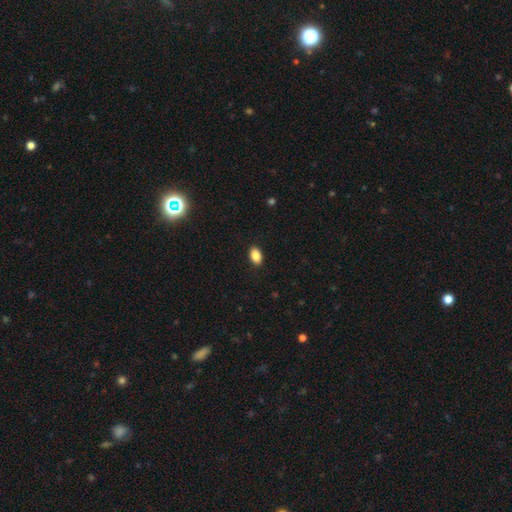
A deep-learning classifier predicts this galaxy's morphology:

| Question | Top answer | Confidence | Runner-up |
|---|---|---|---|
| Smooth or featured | smooth | 87% | star or artifact (8%) |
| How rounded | in between | 89% | round (9%) |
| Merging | none | 89% | minor disturbance (8%) |